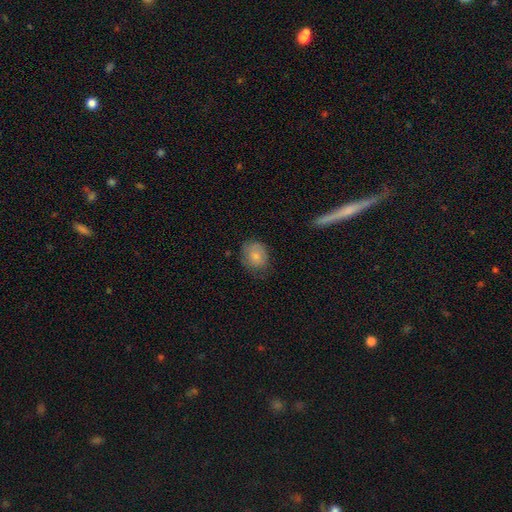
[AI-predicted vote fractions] smooth-or-featured: smooth: 77% | featured or disk: 15% | star or artifact: 7%
  how-rounded: round: 60% | in between: 39% | cigar-shaped: 1%
  merging: none: 64% | minor disturbance: 27% | major disturbance: 8% | merger: 1%